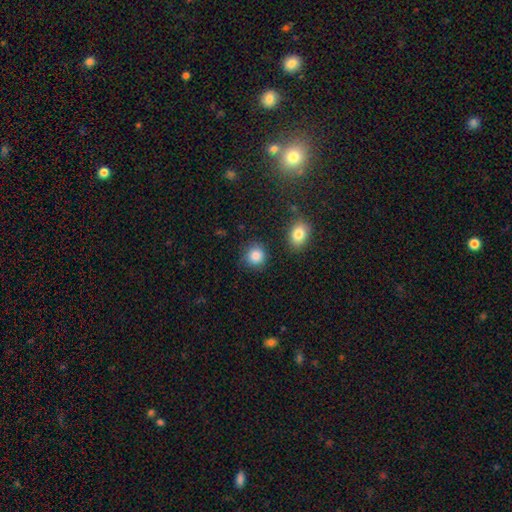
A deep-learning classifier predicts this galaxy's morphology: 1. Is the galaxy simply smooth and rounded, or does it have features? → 87% smooth, 9% star or artifact, 4% featured or disk.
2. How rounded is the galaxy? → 86% round, 13% in between, 1% cigar-shaped.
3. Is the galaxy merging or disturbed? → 82% none, 11% minor disturbance, 3% merger, 3% major disturbance.